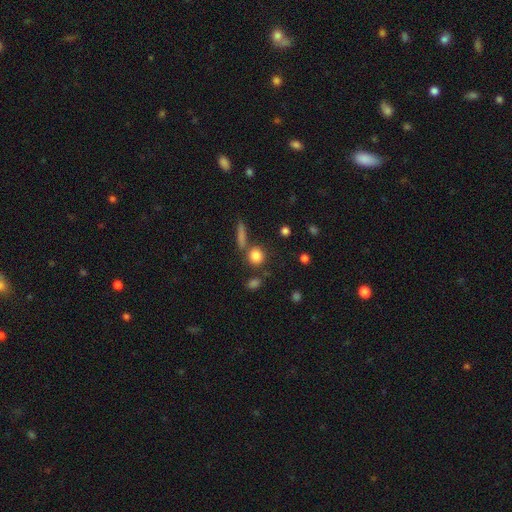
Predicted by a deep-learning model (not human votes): Overall: smooth (82%). How rounded: round (83%). Merging: none (71%).